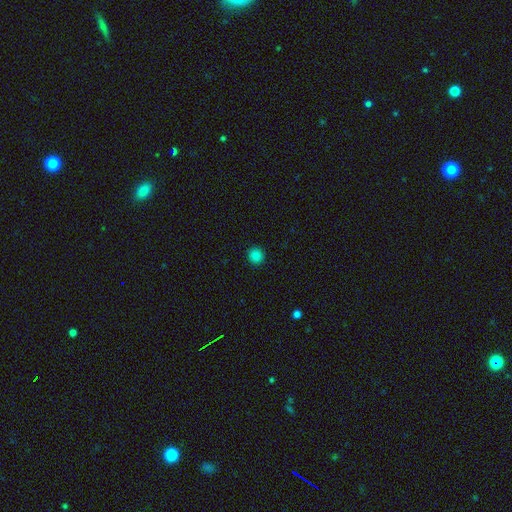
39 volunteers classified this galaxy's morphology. Overall: smooth (87%). How rounded: round (100%). Merging: none (97%).